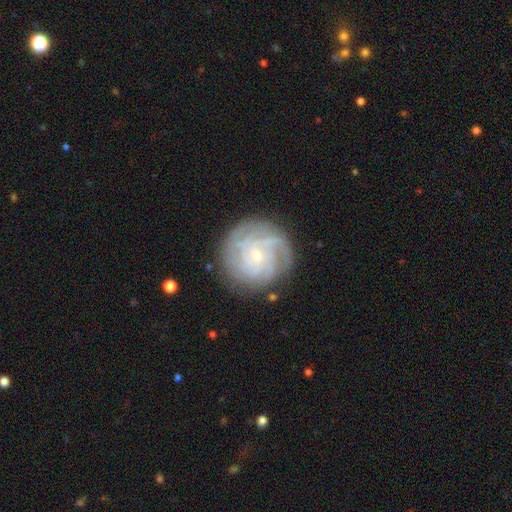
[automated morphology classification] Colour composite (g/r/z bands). It shows a featured or disk galaxy (78%) with no bar (67%), tight (66%) spiral arms (94%) and a small central bulge (80%). Merging: none (78%).